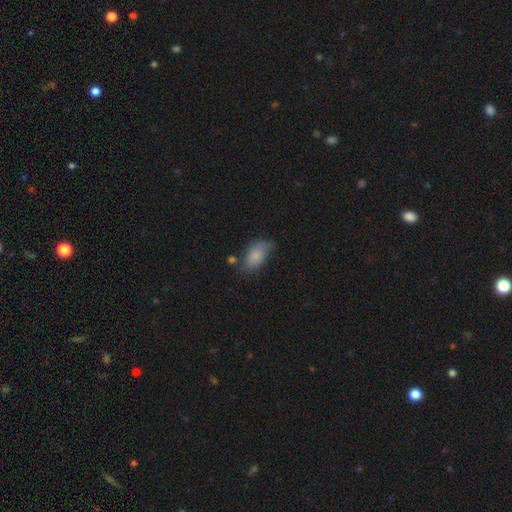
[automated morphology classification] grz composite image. It shows a smooth galaxy with no disk features (74%) that is in between round and cigar-shaped (92%). Merging: none (54%).